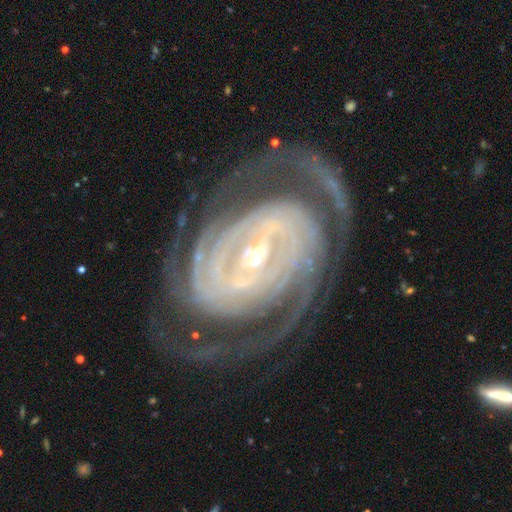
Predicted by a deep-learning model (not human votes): smooth-or-featured: featured or disk: 91% | star or artifact: 5% | smooth: 4%
  disk-edge-on: no: 97% | yes: 3%
    bar: strong: 38% | weak: 36% | no: 26%
    has-spiral-arms: yes: 97% | no: 3%
      spiral-winding: tight: 68% | medium: 25% | loose: 6%
      spiral-arm-count: 2: 43% | can't tell: 18% | 3: 15% | 4: 10% | more than 4: 7% | 1: 7%
    bulge-size: small: 79% | moderate: 17% | large: 2% | none: 1% | dominant: 1%
  merging: none: 69% | minor disturbance: 16% | major disturbance: 14% | merger: 2%